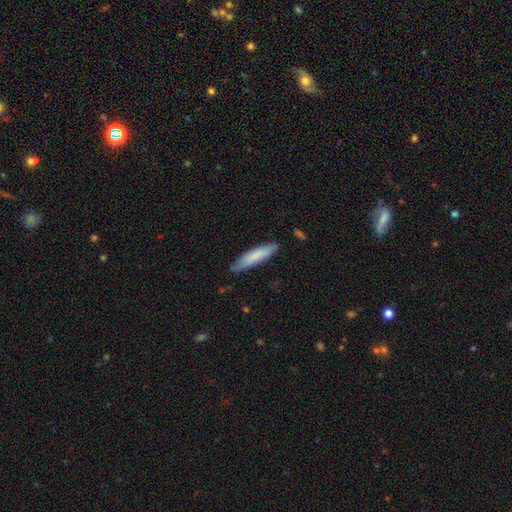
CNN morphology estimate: This appears to be a smooth galaxy with no disk features (74%) that is cigar-shaped (82%). Merging: none (79%).